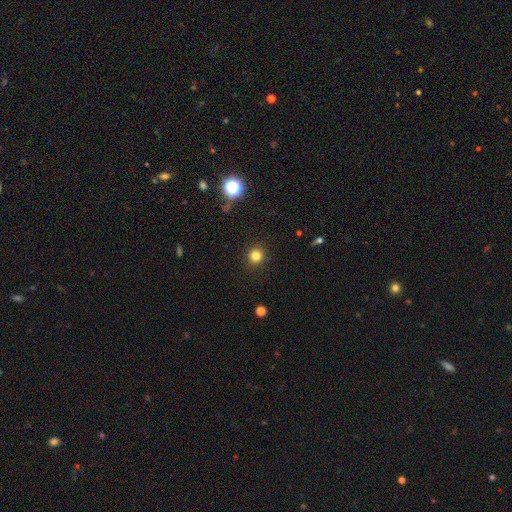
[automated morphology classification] smooth_or_featured: smooth (p=0.81) [alt: star or artifact p=0.14]
how_rounded: round (p=0.93) [alt: in between p=0.06]
merging: none (p=0.91) [alt: minor disturbance p=0.06]